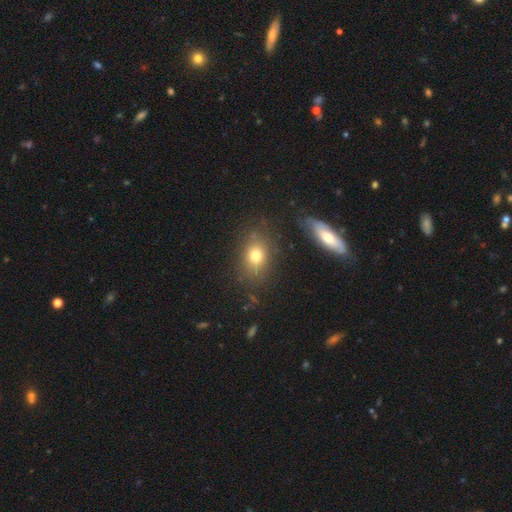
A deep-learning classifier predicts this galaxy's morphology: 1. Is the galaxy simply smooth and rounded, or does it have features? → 75% smooth, 13% featured or disk, 12% star or artifact.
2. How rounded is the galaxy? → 67% in between, 30% round, 2% cigar-shaped.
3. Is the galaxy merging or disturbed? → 78% none, 13% minor disturbance, 5% major disturbance, 4% merger.